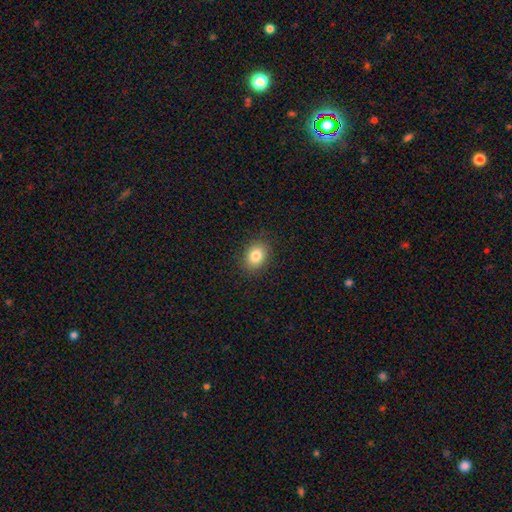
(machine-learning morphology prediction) smooth 83%, star or artifact 10%, featured or disk 7%. Down the decision tree: how rounded — in between (52%); merging — none (89%).